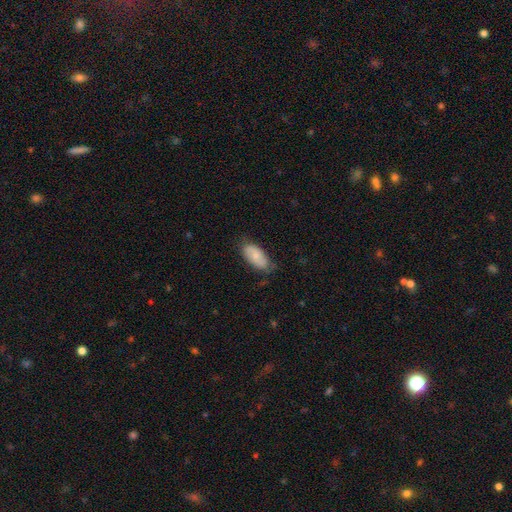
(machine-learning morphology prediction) Smooth or featured?
  - smooth: 75% *
  - featured or disk: 19%
  - star or artifact: 6%
How rounded?
  - in between: 93% *
  - cigar-shaped: 4%
  - round: 2%
Merging?
  - none: 70% *
  - minor disturbance: 24%
  - major disturbance: 4%
  - merger: 1%